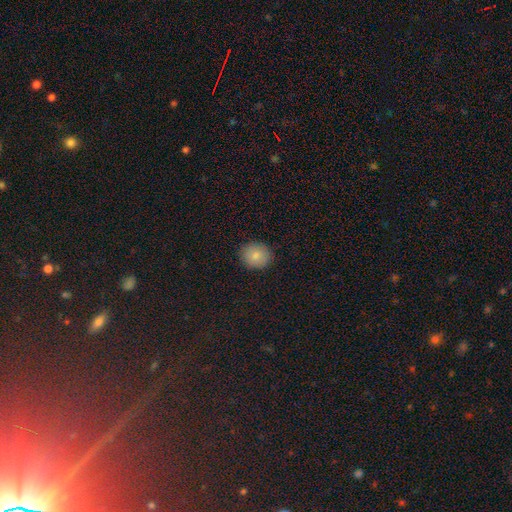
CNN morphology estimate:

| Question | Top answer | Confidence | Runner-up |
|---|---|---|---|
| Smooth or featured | smooth | 84% | star or artifact (9%) |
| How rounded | round | 80% | in between (19%) |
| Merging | none | 90% | minor disturbance (7%) |